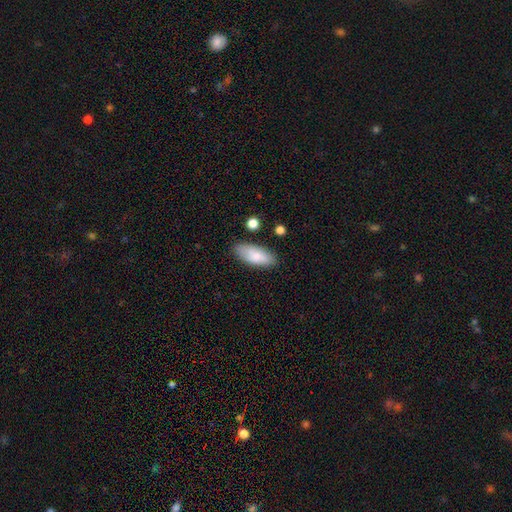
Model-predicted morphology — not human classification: This appears to be a smooth galaxy with no disk features (77%) that is in between round and cigar-shaped (84%). Merging: none (82%).